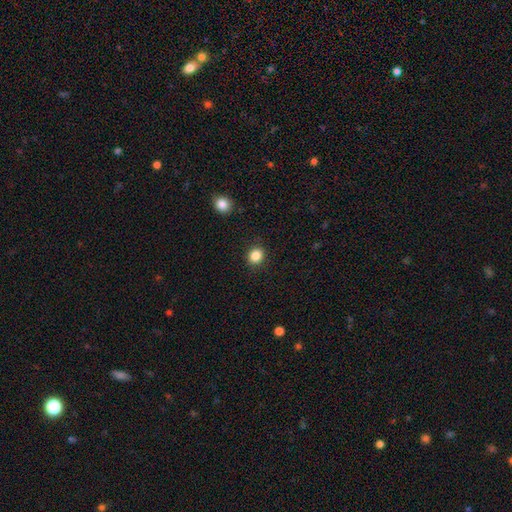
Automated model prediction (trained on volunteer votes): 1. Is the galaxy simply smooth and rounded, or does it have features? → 86% smooth, 10% star or artifact, 4% featured or disk.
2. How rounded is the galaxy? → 77% round, 22% in between, 1% cigar-shaped.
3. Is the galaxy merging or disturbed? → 90% none, 7% minor disturbance, 2% major disturbance, 1% merger.